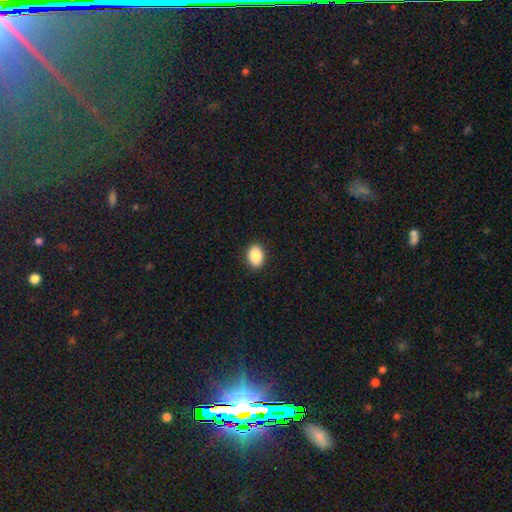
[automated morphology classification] Overall: smooth (89%). How rounded: in between (81%). Merging: none (90%).